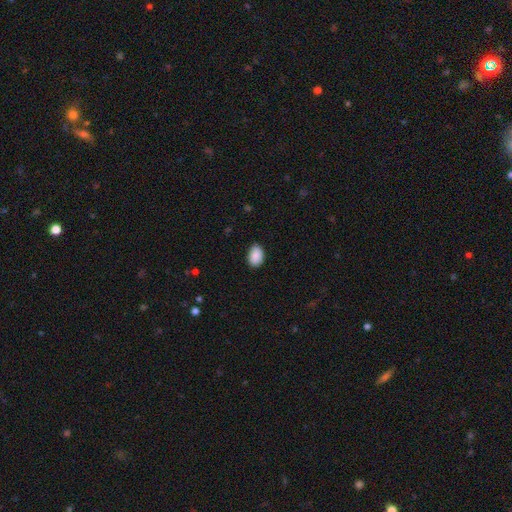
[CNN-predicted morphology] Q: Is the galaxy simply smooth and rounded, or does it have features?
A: smooth — 90%.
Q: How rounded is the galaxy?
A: in between — 86%.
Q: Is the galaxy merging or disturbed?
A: none — 83%.